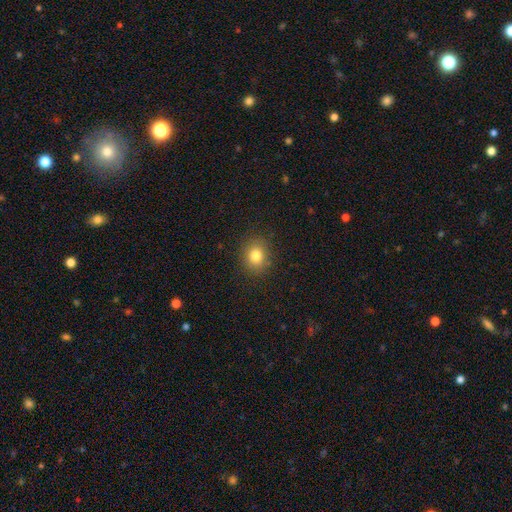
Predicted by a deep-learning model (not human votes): Q: Smooth or featured?
A: smooth (81%); runner-up: star or artifact (12%)
Q: How rounded?
A: round (68%); runner-up: in between (31%)
Q: Merging?
A: none (87%); runner-up: minor disturbance (9%)